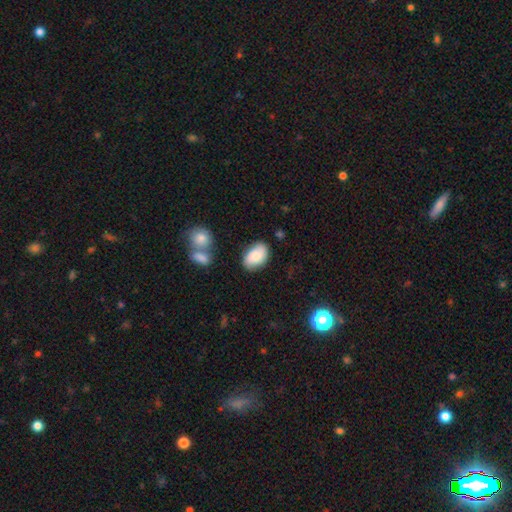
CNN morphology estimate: Overall: smooth (76%). How rounded: in between (90%). Merging: none (73%).